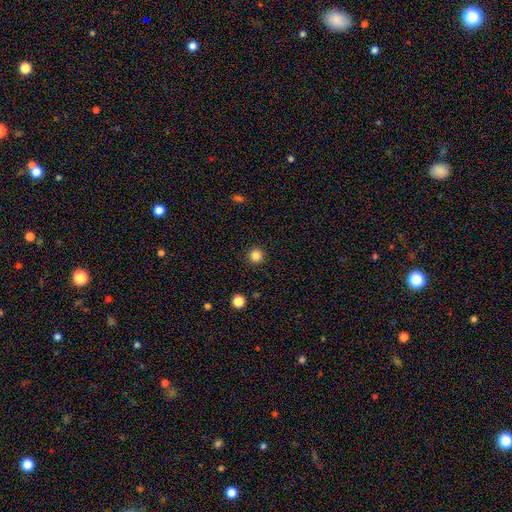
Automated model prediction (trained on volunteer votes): smooth_or_featured: smooth (p=0.84) [alt: star or artifact p=0.12]
how_rounded: round (p=0.96) [alt: in between p=0.03]
merging: none (p=0.93) [alt: minor disturbance p=0.05]